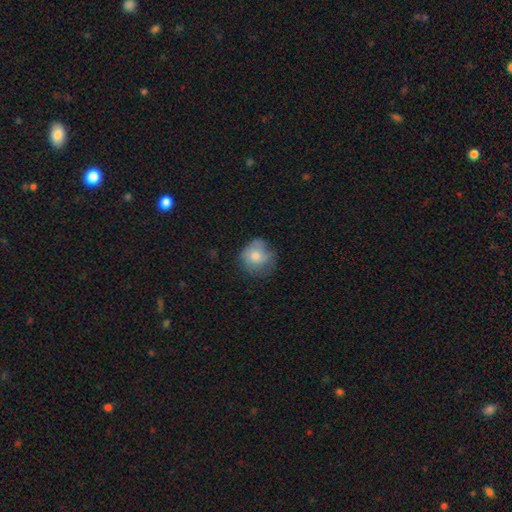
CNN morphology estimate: Smooth or featured: smooth — 74% (featured or disk — 18%)
How rounded: round — 82% (in between — 17%)
Merging: none — 59% (minor disturbance — 28%)